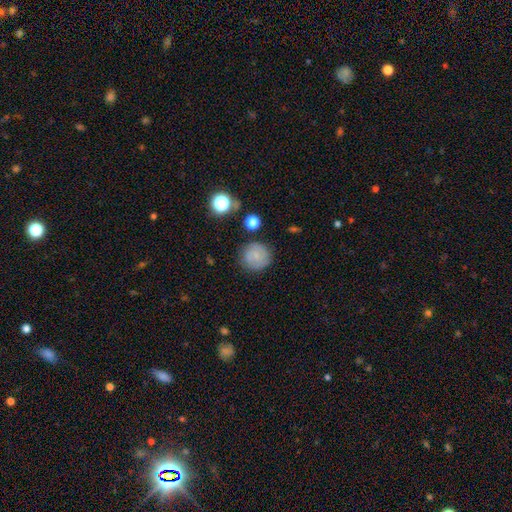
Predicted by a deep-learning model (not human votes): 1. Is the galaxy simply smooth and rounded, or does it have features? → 69% smooth, 20% featured or disk, 11% star or artifact.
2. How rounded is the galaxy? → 92% round, 7% in between, 1% cigar-shaped.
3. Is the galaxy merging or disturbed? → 81% none, 13% minor disturbance, 4% major disturbance, 3% merger.